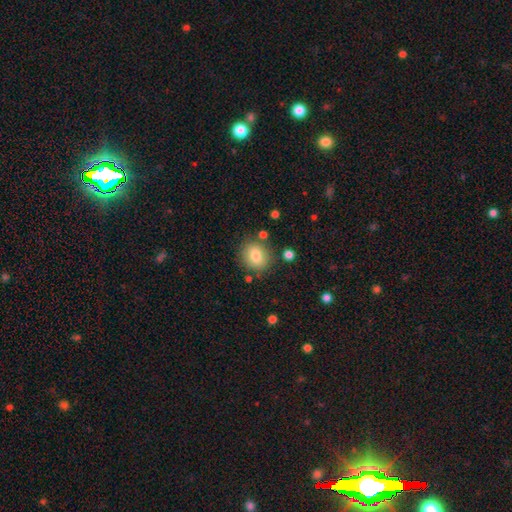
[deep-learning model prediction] This appears to be a smooth galaxy with no disk features (81%) that is round (73%). Merging: none (80%).